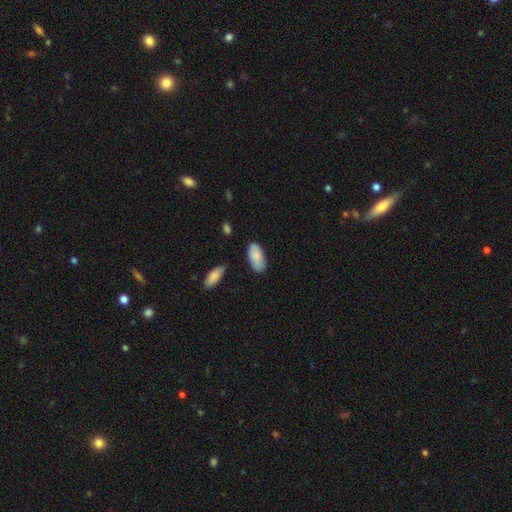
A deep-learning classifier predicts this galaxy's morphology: A smooth galaxy with no disk features (86%) that is in between round and cigar-shaped (93%). Merging: none (73%).